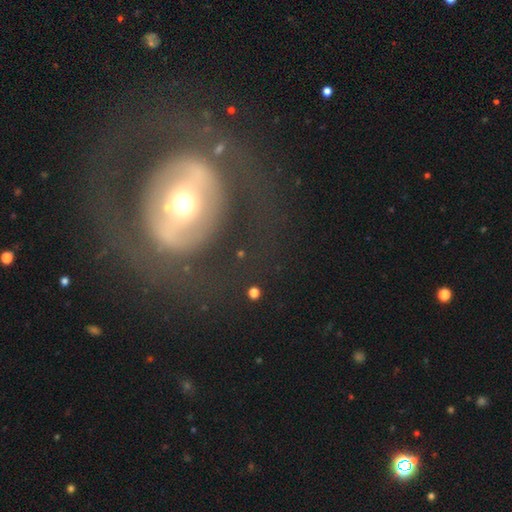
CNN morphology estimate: smooth-or-featured: featured or disk: 66% | smooth: 25% | star or artifact: 9%
  disk-edge-on: no: 93% | yes: 7%
    bar: no: 39% | strong: 35% | weak: 25%
    has-spiral-arms: no: 77% | yes: 23%
    bulge-size: moderate: 60% | small: 21% | large: 14% | dominant: 3% | none: 1%
  merging: none: 77% | major disturbance: 13% | minor disturbance: 9% | merger: 1%